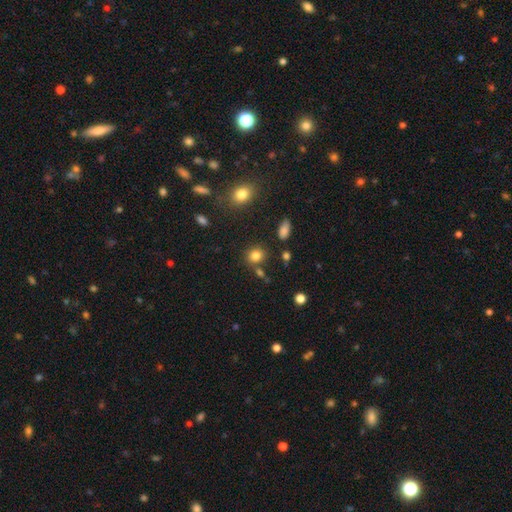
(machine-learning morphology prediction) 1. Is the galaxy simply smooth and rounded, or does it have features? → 82% smooth, 12% star or artifact, 6% featured or disk.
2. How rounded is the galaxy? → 72% round, 27% in between, 1% cigar-shaped.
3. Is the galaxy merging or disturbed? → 77% none, 11% minor disturbance, 9% merger, 4% major disturbance.